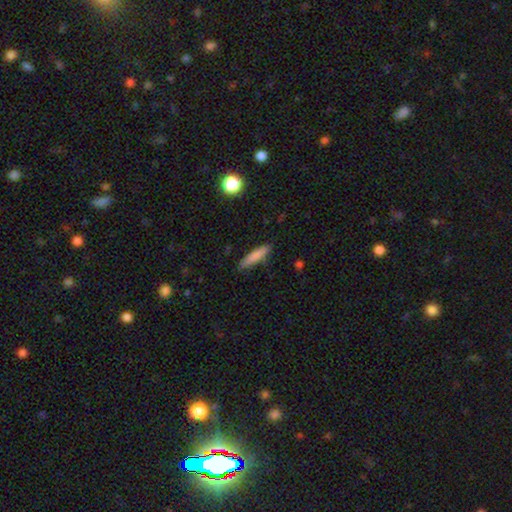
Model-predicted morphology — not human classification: Smooth or featured? Predicted: smooth (p=0.80). How rounded? Predicted: cigar-shaped (p=0.82). Merging? Predicted: none (p=0.84).